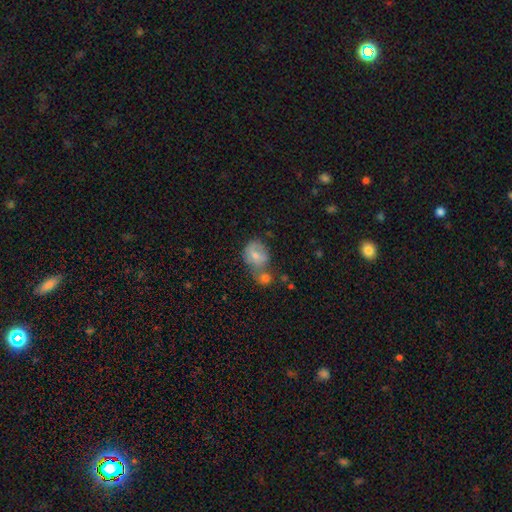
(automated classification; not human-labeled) This appears to be a smooth galaxy with no disk features (65%) that is round (51%). Merging: merger (40%).